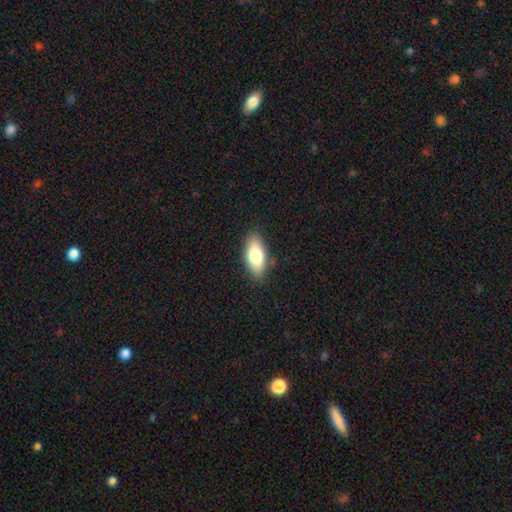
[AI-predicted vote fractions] A smooth galaxy with no disk features (77%) that is in between round and cigar-shaped (86%).

Vote fractions:
- Smooth or featured? smooth: 77% / featured or disk: 16% / star or artifact: 7%
- How rounded? in between: 86% / cigar-shaped: 11% / round: 3%
- Merging? none: 86% / minor disturbance: 10% / major disturbance: 2% / merger: 1%